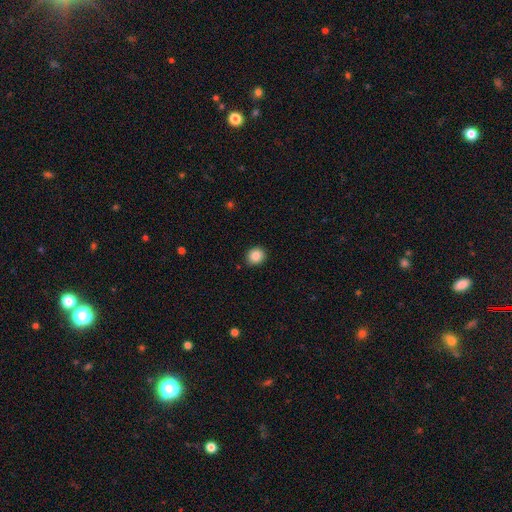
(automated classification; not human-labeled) Smooth or featured? Predicted: smooth (p=0.87). How rounded? Predicted: round (p=0.82). Merging? Predicted: none (p=0.90).